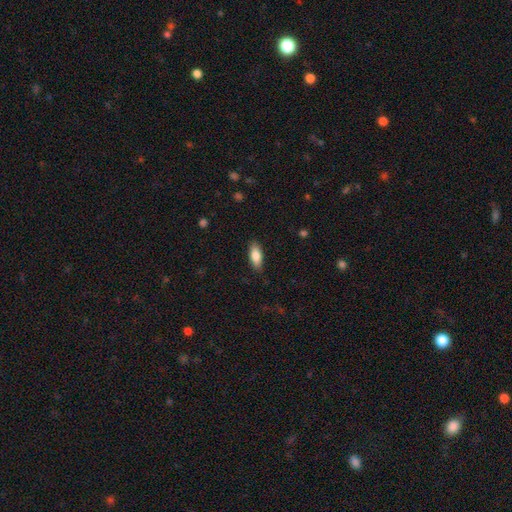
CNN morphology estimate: This appears to be a smooth galaxy with no disk features (82%) that is in between round and cigar-shaped (74%). Merging: none (87%).